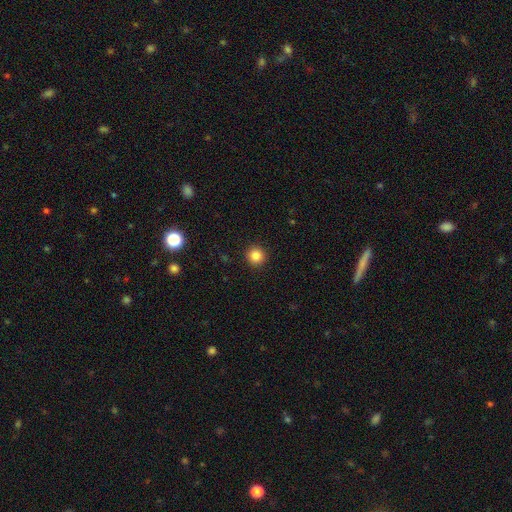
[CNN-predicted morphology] Smooth or featured? Predicted: smooth (p=0.85). How rounded? Predicted: round (p=0.95). Merging? Predicted: none (p=0.93).